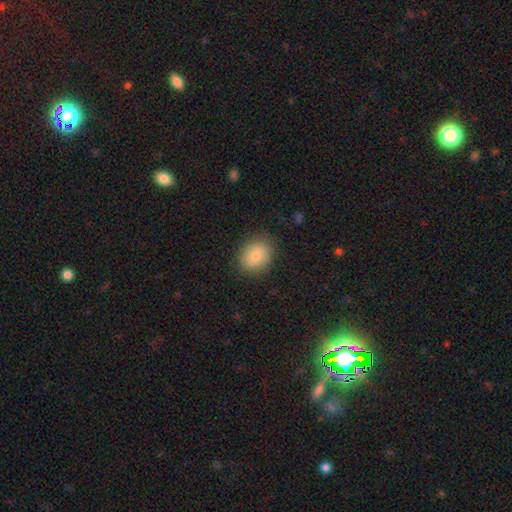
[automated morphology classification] The model was most divided on "how rounded": round: 55%, in between: 44%, cigar-shaped: 1%. More confident: smooth or featured — smooth (84%); merging — none (83%).